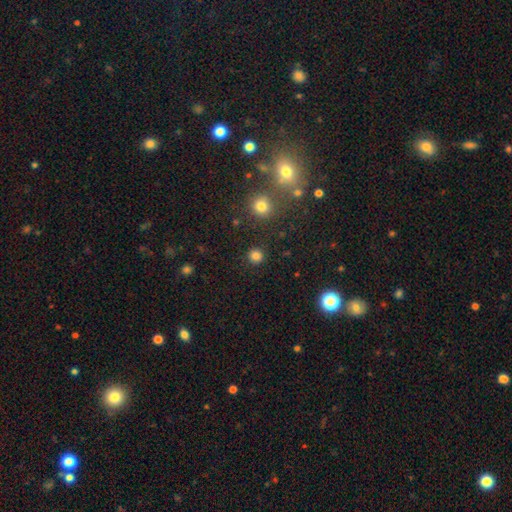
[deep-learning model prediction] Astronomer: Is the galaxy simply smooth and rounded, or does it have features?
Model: smooth — 82%.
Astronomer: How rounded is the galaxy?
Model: round — 92%.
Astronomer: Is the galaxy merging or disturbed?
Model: none — 90%.